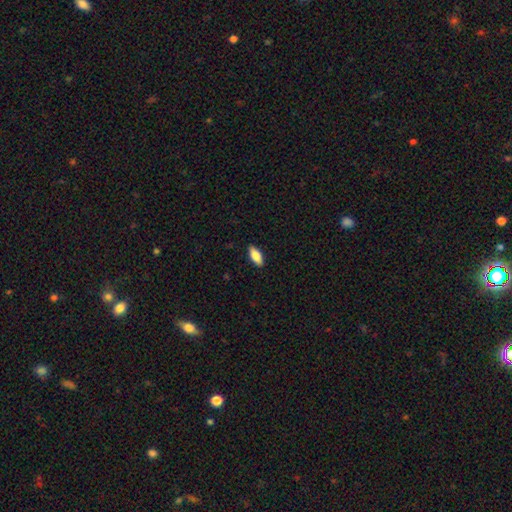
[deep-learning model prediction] This appears to be a smooth galaxy with no disk features (82%) that is in between round and cigar-shaped (82%). Merging: none (89%).